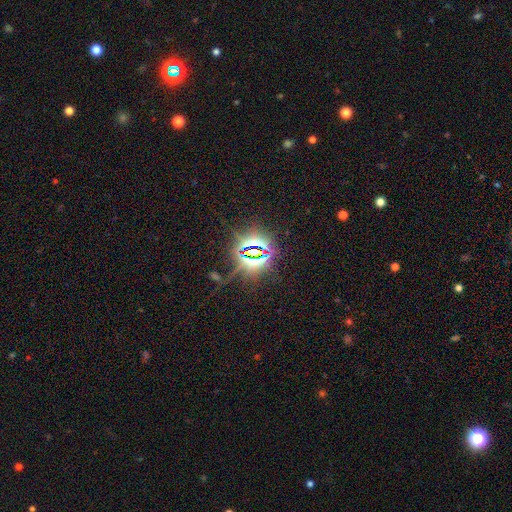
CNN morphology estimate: Smooth or featured? Predicted: star or artifact (p=0.83).